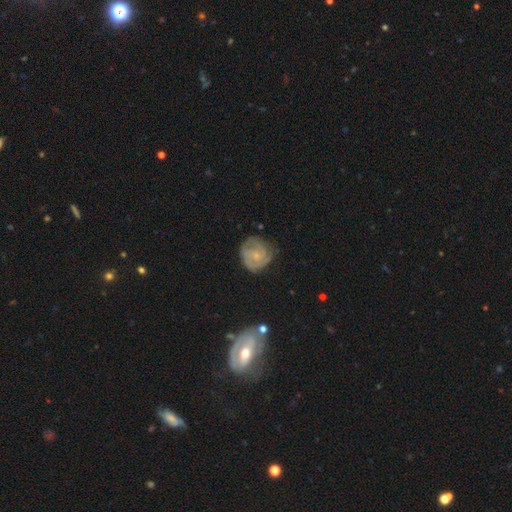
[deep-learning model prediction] A featured or disk galaxy (70%) with no bar (72%), 2 (33%) tight (62%) spiral arms (91%) and a small central bulge (71%).

Vote fractions:
- Smooth or featured? featured or disk: 70% / smooth: 23% / star or artifact: 6%
- Edge-on disk? no: 98% / yes: 2%
- Bar? no: 72% / weak: 24% / strong: 3%
- Spiral arms? yes: 91% / no: 9%
- Spiral winding? tight: 62% / medium: 30% / loose: 8%
- Spiral arm count? 2: 33% / can't tell: 28% / 3: 25% / 1: 6% / 4: 5% / more than 4: 4%
- Bulge size? small: 71% / moderate: 16% / none: 11% / large: 1% / dominant: 1%
- Merging? none: 64% / minor disturbance: 24% / major disturbance: 9% / merger: 2%